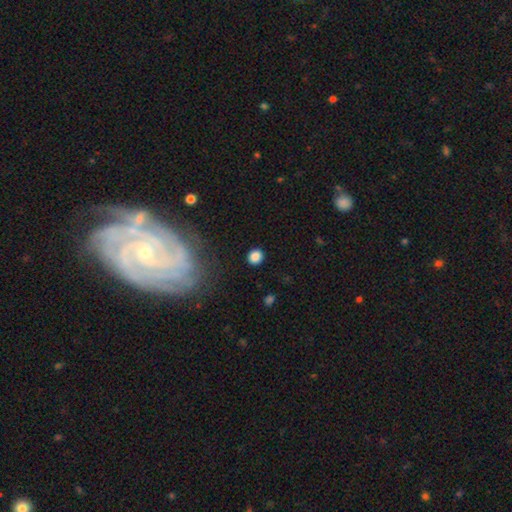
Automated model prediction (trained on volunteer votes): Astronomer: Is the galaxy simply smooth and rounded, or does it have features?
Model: smooth — 85%.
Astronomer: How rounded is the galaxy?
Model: round — 83%.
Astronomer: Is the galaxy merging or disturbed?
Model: none — 90%.